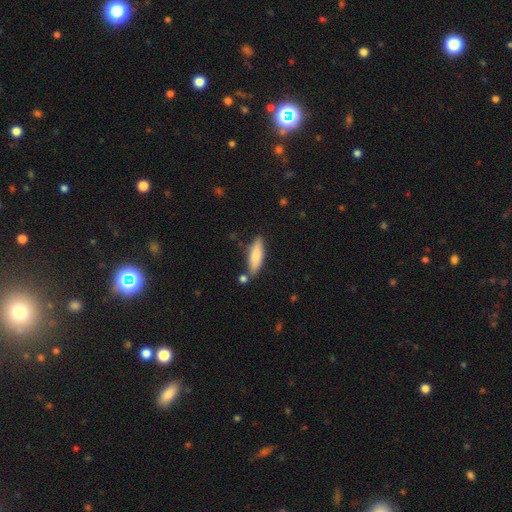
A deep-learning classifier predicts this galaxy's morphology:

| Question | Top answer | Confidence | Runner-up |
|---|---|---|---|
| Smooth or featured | smooth | 77% | featured or disk (17%) |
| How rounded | cigar-shaped | 51% | in between (47%) |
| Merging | none | 76% | minor disturbance (14%) |